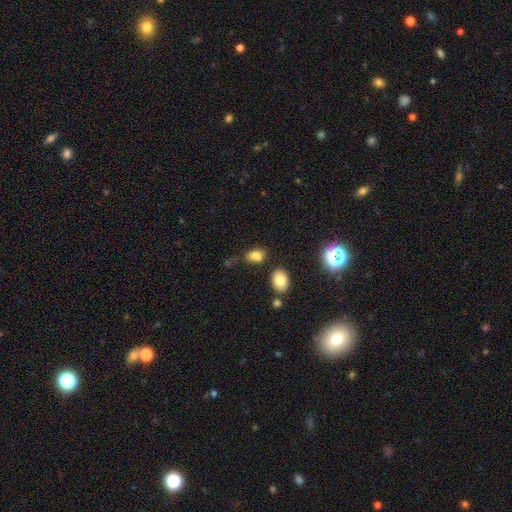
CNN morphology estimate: A smooth galaxy with no disk features (78%) that is in between round and cigar-shaped (81%). Merging: none (52%).